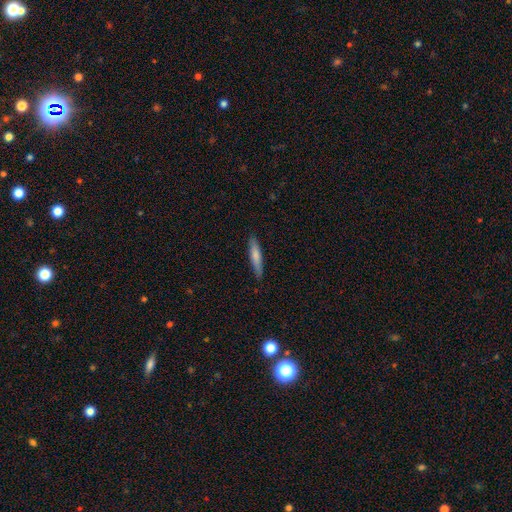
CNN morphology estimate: The model was most divided on "smooth or featured": smooth: 72%, featured or disk: 22%, star or artifact: 6%. More confident: how rounded — cigar-shaped (88%); merging — none (87%).